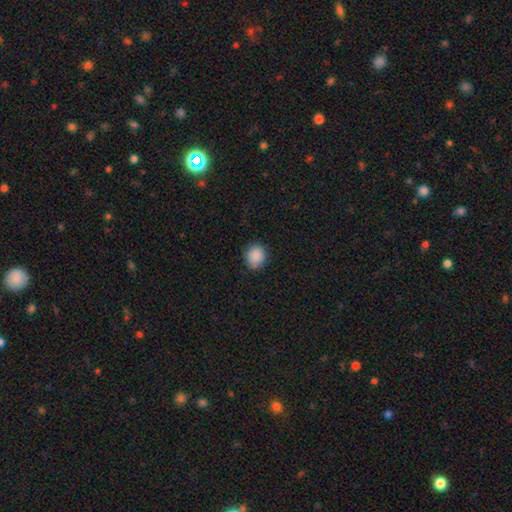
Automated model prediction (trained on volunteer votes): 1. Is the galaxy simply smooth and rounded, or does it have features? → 89% smooth, 8% star or artifact, 3% featured or disk.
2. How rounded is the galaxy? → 76% round, 23% in between, 1% cigar-shaped.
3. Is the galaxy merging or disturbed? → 85% none, 12% minor disturbance, 3% major disturbance, 1% merger.